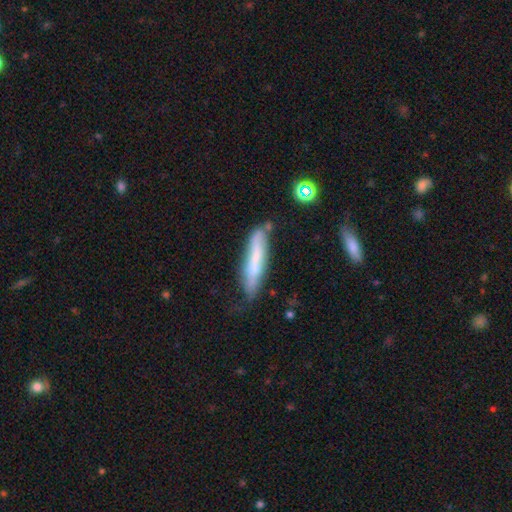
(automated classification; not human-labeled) A smooth galaxy with no disk features (47%).

Vote fractions:
- Smooth or featured? smooth: 47% / featured or disk: 46% / star or artifact: 7%
- Merging? none: 58% / minor disturbance: 27% / merger: 8% / major disturbance: 7%